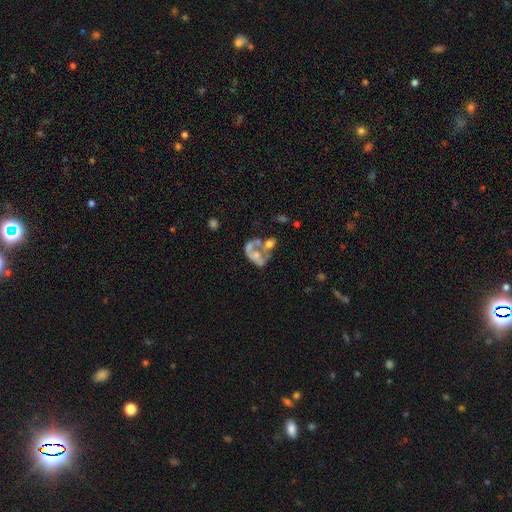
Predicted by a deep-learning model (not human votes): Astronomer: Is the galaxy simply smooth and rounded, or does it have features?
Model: featured or disk — 59%.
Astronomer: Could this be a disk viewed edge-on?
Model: no — 98%.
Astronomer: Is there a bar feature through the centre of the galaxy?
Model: no — 88%.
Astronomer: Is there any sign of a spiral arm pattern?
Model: no — 82%.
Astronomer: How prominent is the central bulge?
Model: none — 40% (runner-up: moderate, 29%).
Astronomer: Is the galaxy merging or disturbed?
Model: merger — 49% (runner-up: major disturbance, 25%).